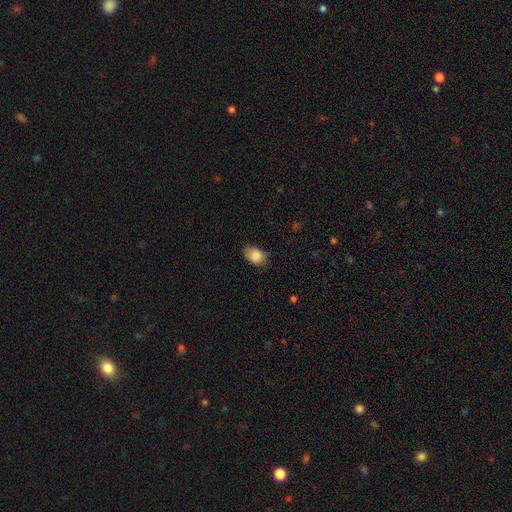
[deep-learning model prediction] A smooth galaxy with no disk features (85%) that is in between round and cigar-shaped (83%). Merging: none (65%).